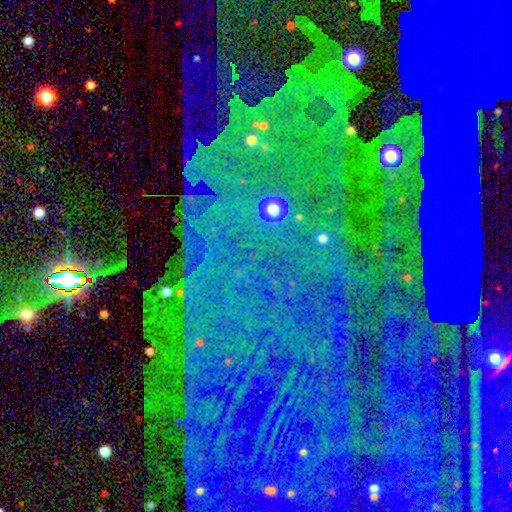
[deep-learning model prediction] Morphology: type=star or artifact (82%).